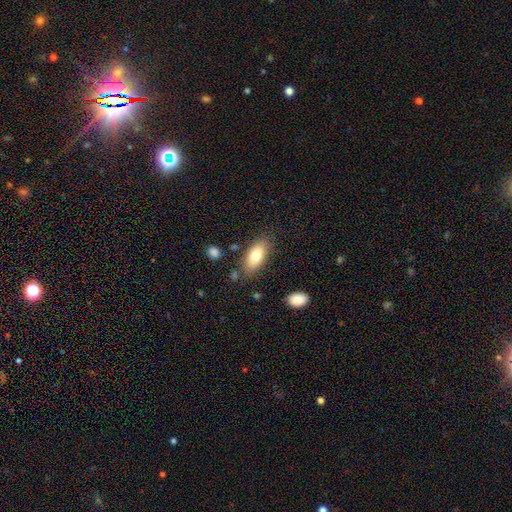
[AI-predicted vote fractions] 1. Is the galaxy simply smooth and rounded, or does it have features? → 77% smooth, 17% featured or disk, 7% star or artifact.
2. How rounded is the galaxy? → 85% in between, 12% cigar-shaped, 3% round.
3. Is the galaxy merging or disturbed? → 80% none, 13% minor disturbance, 4% merger, 3% major disturbance.